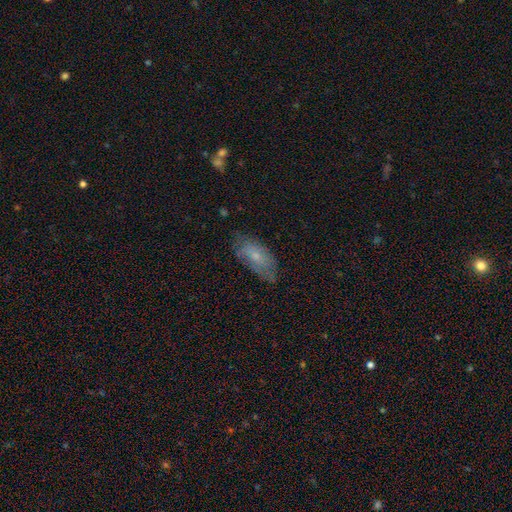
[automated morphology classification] A smooth galaxy with no disk features (59%) that is in between round and cigar-shaped (86%). Merging: none (65%).